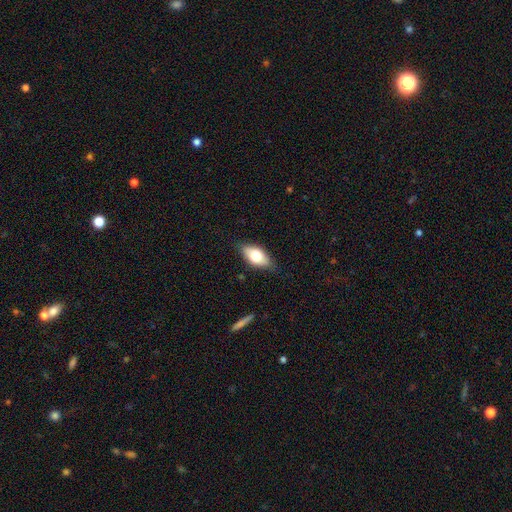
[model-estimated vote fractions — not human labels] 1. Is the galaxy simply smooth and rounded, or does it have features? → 69% smooth, 24% featured or disk, 7% star or artifact.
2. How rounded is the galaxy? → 88% in between, 8% cigar-shaped, 4% round.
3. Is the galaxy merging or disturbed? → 81% none, 15% minor disturbance, 3% major disturbance, 1% merger.